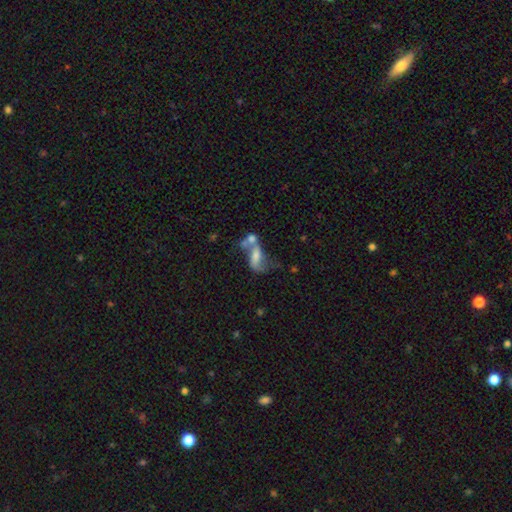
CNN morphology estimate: featured or disk 47%, smooth 42%, star or artifact 11%. Down the decision tree: merging — merger (52%).